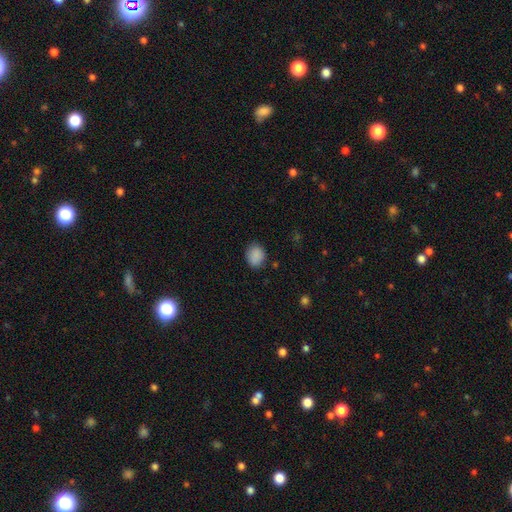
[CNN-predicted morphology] Overall: smooth (87%). How rounded: round (53%; in between 46%). Merging: none (80%).